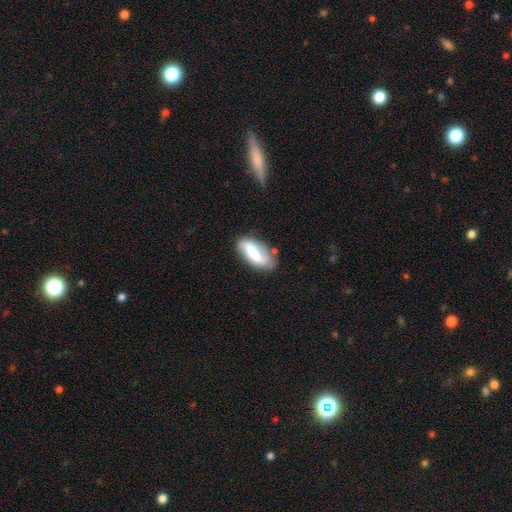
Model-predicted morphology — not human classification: A smooth galaxy with no disk features (58%) that is in between round and cigar-shaped (79%). Merging: none (66%).